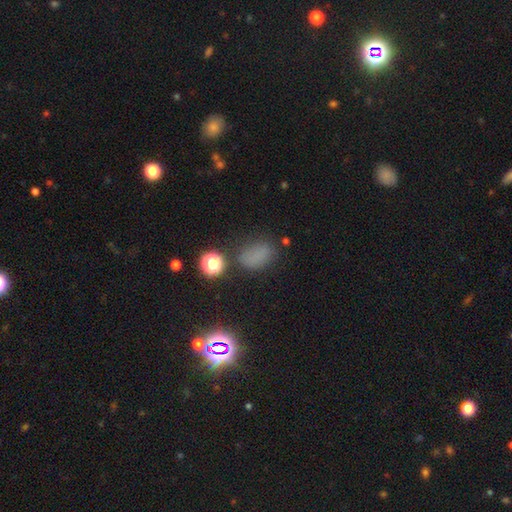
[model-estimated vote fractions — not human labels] smooth_or_featured: smooth (p=0.65) [alt: star or artifact p=0.27]
how_rounded: in between (p=0.81) [alt: round p=0.16]
merging: none (p=0.67) [alt: minor disturbance p=0.19]